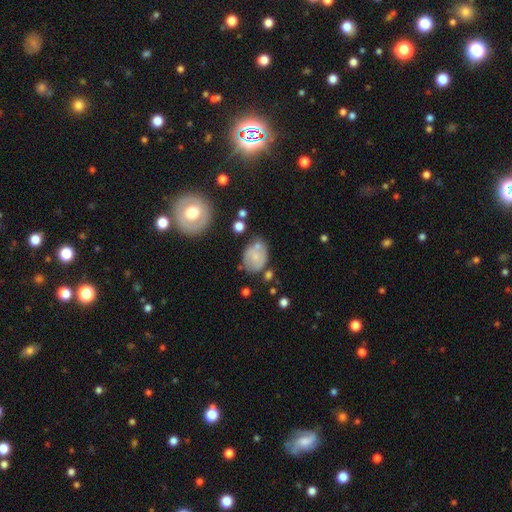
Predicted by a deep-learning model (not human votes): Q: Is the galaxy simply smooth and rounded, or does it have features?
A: smooth — 50%.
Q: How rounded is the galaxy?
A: in between — 66%.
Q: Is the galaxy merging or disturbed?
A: none — 55%.